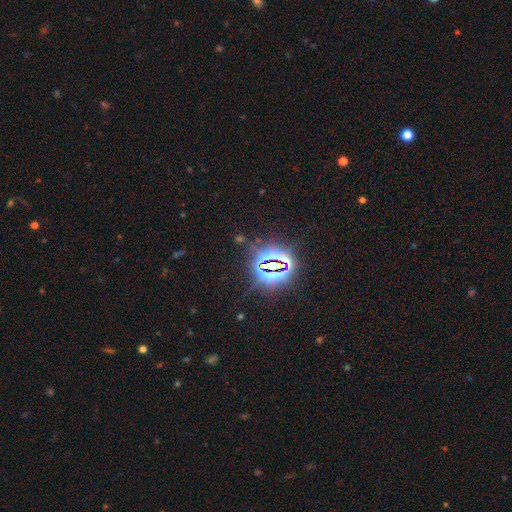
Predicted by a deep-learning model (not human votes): Smooth or featured?
  - star or artifact: 82% *
  - smooth: 11%
  - featured or disk: 7%